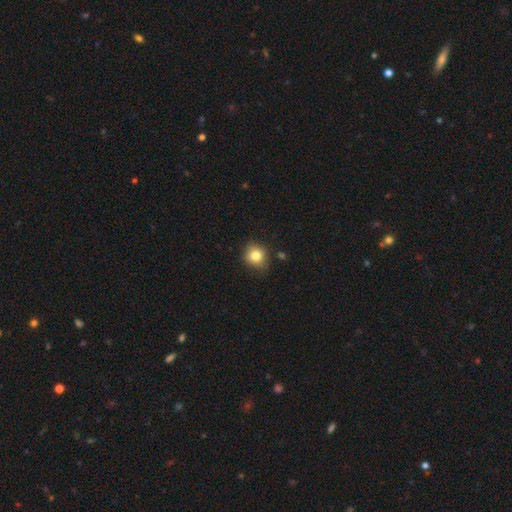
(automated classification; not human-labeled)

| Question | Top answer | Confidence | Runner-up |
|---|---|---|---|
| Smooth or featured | smooth | 82% | star or artifact (11%) |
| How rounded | round | 81% | in between (18%) |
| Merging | none | 78% | minor disturbance (17%) |